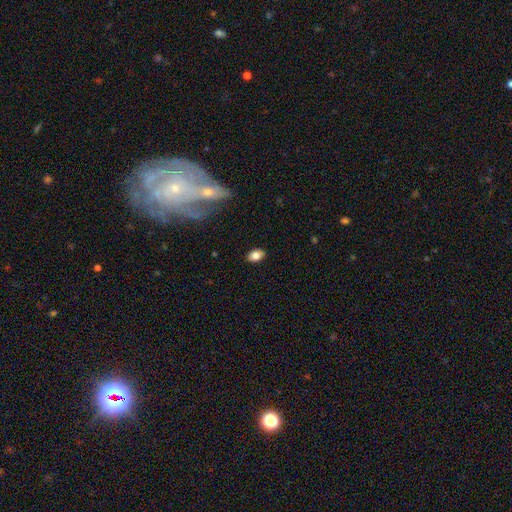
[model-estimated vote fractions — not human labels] Smooth or featured? Predicted: smooth (p=0.81). How rounded? Predicted: in between (p=0.86). Merging? Predicted: none (p=0.88).